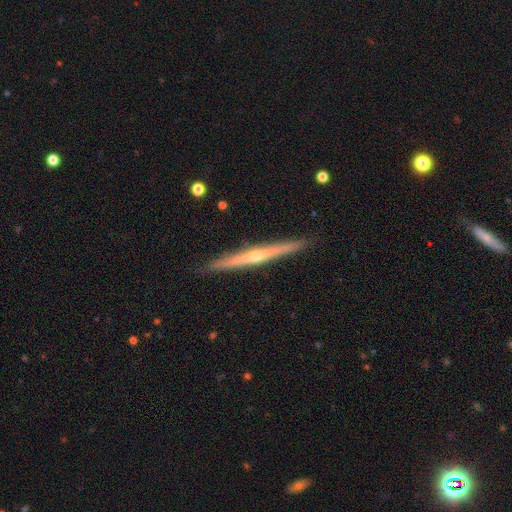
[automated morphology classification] featured or disk 71%, smooth 23%, star or artifact 6%. Down the decision tree: edge-on disk — yes (98%); edge-on bulge — rounded (71%); merging — none (91%).